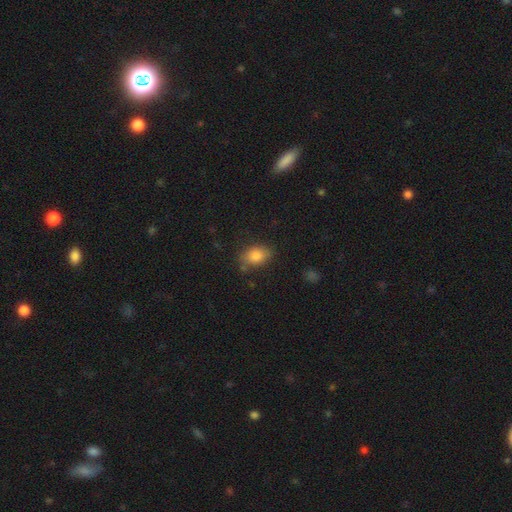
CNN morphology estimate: smooth_or_featured: smooth (p=0.83) [alt: star or artifact p=0.09]
how_rounded: in between (p=0.73) [alt: round p=0.25]
merging: none (p=0.72) [alt: minor disturbance p=0.20]